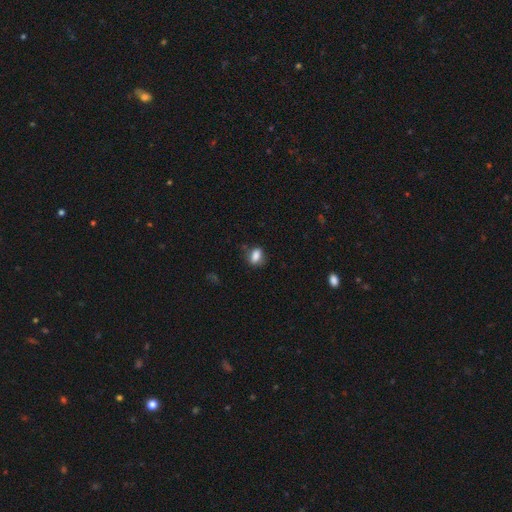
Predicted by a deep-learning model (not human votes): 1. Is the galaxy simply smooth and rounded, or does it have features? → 83% smooth, 9% star or artifact, 8% featured or disk.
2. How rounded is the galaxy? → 77% in between, 19% round, 4% cigar-shaped.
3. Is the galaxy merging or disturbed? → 71% none, 21% minor disturbance, 6% major disturbance, 2% merger.